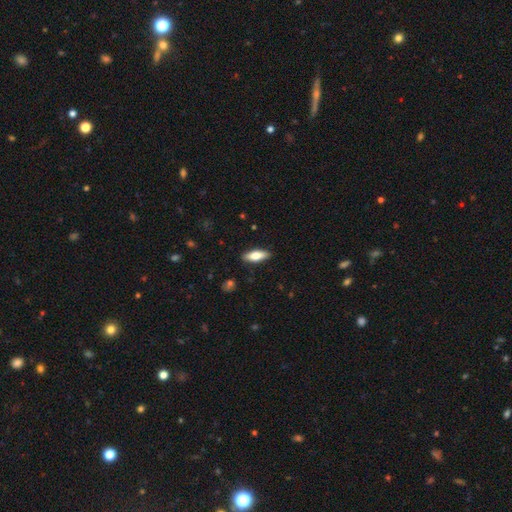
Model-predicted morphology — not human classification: smooth_or_featured: smooth (p=0.71) [alt: featured or disk p=0.24]
how_rounded: in between (p=0.63) [alt: cigar-shaped p=0.35]
merging: none (p=0.89) [alt: minor disturbance p=0.08]